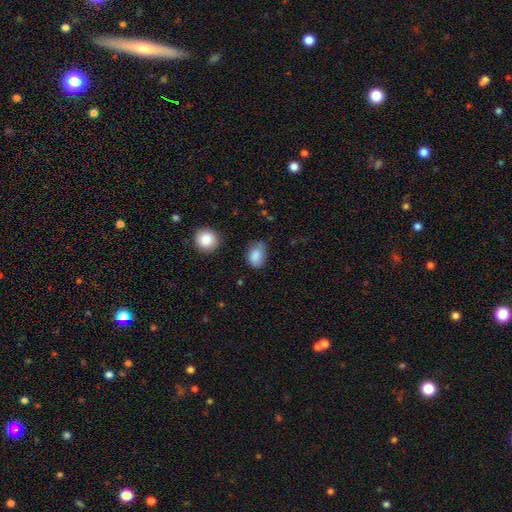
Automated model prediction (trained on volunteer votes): A smooth galaxy with no disk features (83%) that is in between round and cigar-shaped (75%).

Vote fractions:
- Smooth or featured? smooth: 83% / featured or disk: 9% / star or artifact: 8%
- How rounded? in between: 75% / round: 24% / cigar-shaped: 1%
- Merging? none: 55% / minor disturbance: 34% / major disturbance: 9% / merger: 3%